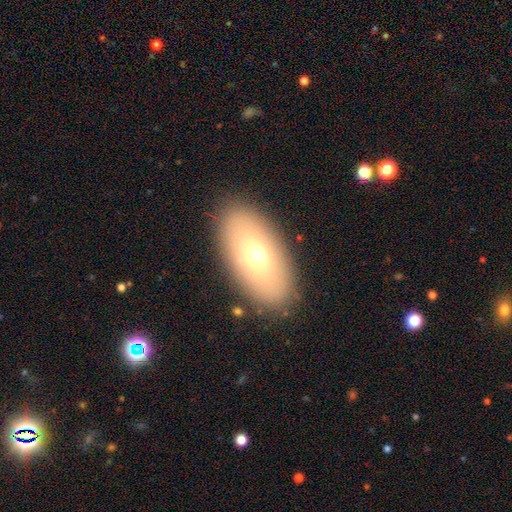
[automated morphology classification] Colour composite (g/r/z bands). It shows a smooth galaxy with no disk features (66%) that is in between round and cigar-shaped (89%). Merging: none (86%).